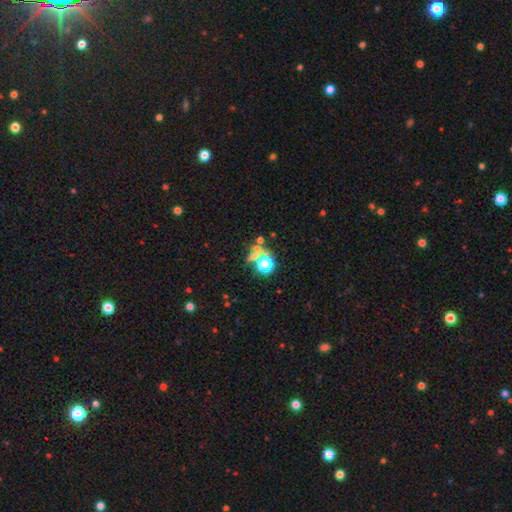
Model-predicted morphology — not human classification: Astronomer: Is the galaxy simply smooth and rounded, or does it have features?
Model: star or artifact — 50% (runner-up: smooth, 36%).